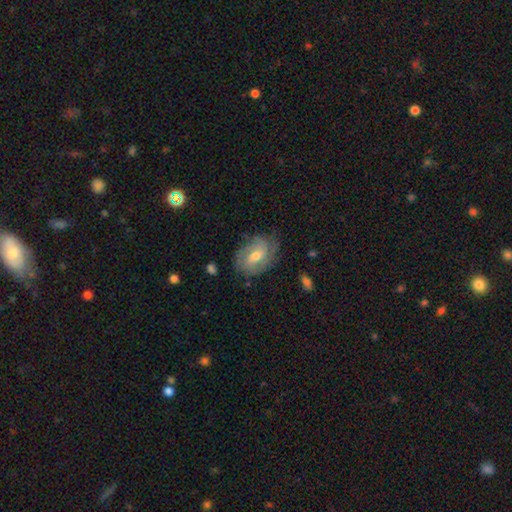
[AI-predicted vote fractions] Overall: featured or disk (64%; smooth 29%). Edge-on disk: no (95%). Bar: weak (51%; no 34%). Spiral arms: yes (82%). Bulge size: moderate (65%; small 29%). Merging: none (70%).